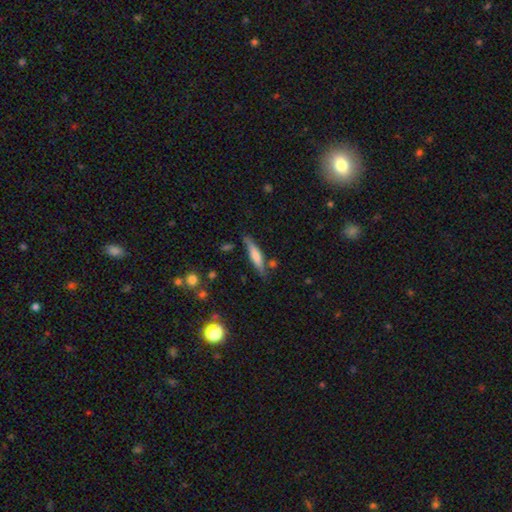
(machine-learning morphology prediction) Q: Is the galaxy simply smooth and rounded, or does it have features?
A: smooth — 57%.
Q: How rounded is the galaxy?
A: cigar-shaped — 84%.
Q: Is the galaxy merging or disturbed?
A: none — 76%.